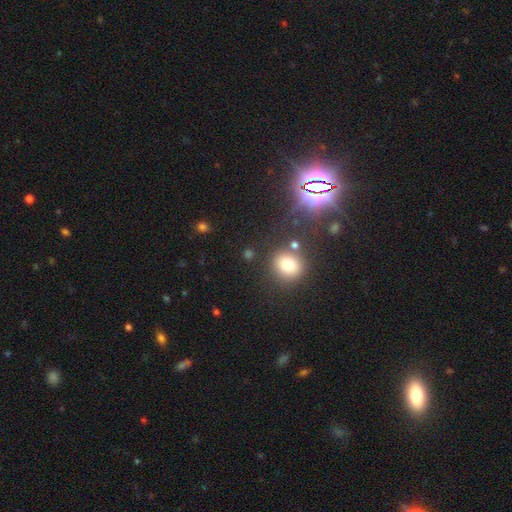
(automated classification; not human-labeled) Smooth or featured? star or artifact (46%)